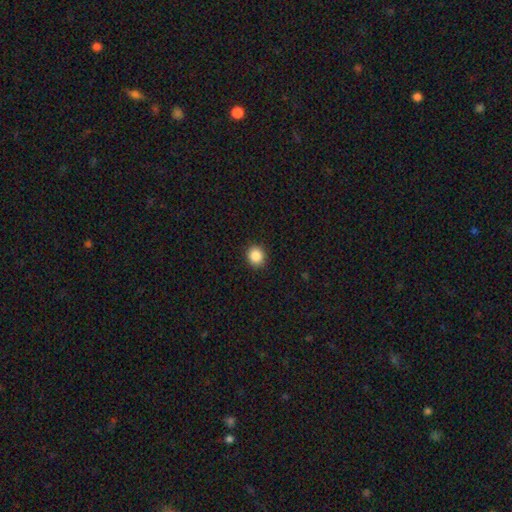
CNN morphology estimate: Q: Smooth or featured?
A: smooth (88%); runner-up: star or artifact (9%)
Q: How rounded?
A: round (81%); runner-up: in between (18%)
Q: Merging?
A: none (91%); runner-up: minor disturbance (6%)